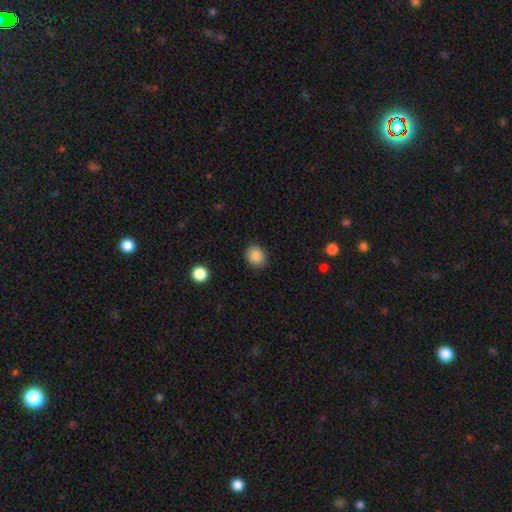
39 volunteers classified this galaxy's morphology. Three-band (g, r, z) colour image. It shows a smooth galaxy with no disk features (90%) that is round (86%). Merging: none (91%).